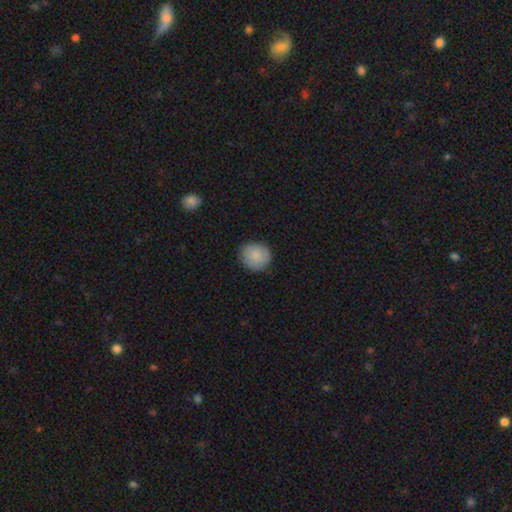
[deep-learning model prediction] Smooth or featured? smooth (86%)
How rounded? round (86%)
Merging? none (84%)